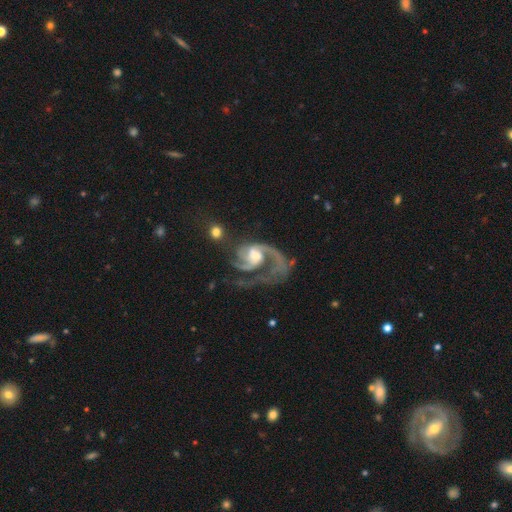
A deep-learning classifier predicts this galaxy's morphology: smooth_or_featured: featured or disk (p=0.90) [alt: smooth p=0.05]
disk_edge_on: no (p=0.98) [alt: yes p=0.02]
bar: no (p=0.52) [alt: weak p=0.38]
has_spiral_arms: yes (p=0.97) [alt: no p=0.03]
spiral_winding: medium (p=0.49) [alt: loose p=0.36]
spiral_arm_count: 2 (p=0.56) [alt: 1 p=0.19]
bulge_size: moderate (p=0.53) [alt: small p=0.30]
merging: major disturbance (p=0.44) [alt: none p=0.32]